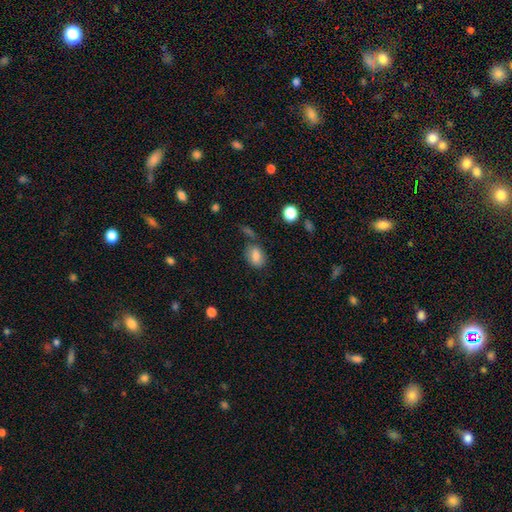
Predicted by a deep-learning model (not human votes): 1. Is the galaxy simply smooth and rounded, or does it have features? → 82% smooth, 9% featured or disk, 9% star or artifact.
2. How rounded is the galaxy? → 77% in between, 21% round, 2% cigar-shaped.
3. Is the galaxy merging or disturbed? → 63% none, 18% minor disturbance, 11% merger, 7% major disturbance.